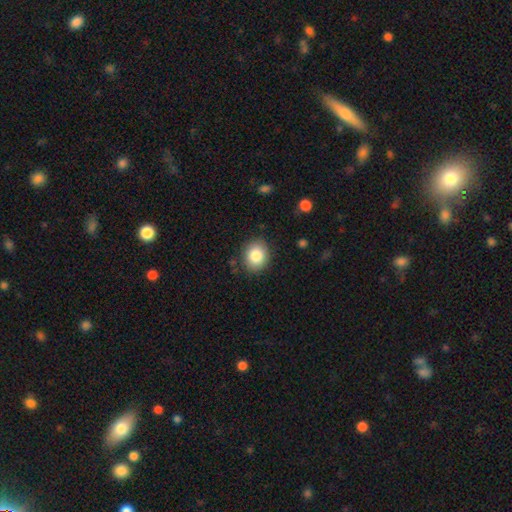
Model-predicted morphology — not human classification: This appears to be a smooth galaxy with no disk features (84%) that is round (66%). Merging: none (86%).